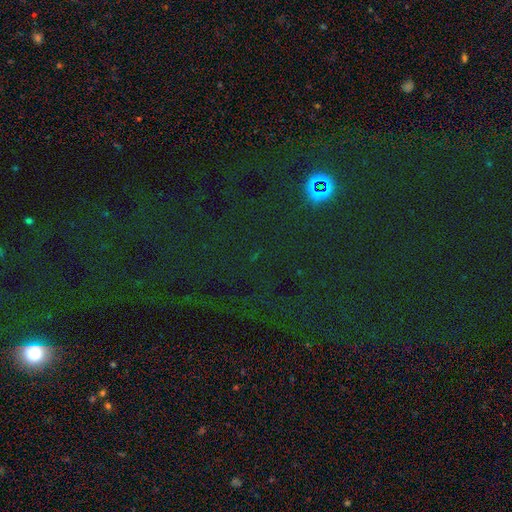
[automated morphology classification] smooth-or-featured: star or artifact: 79% | smooth: 13% | featured or disk: 9%